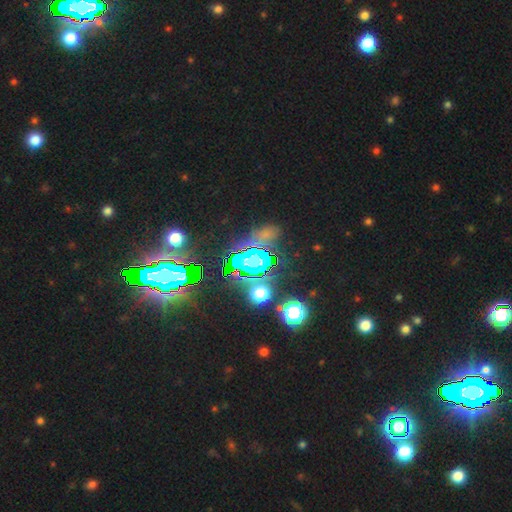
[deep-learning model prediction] smooth-or-featured: star or artifact: 85% | smooth: 8% | featured or disk: 6%